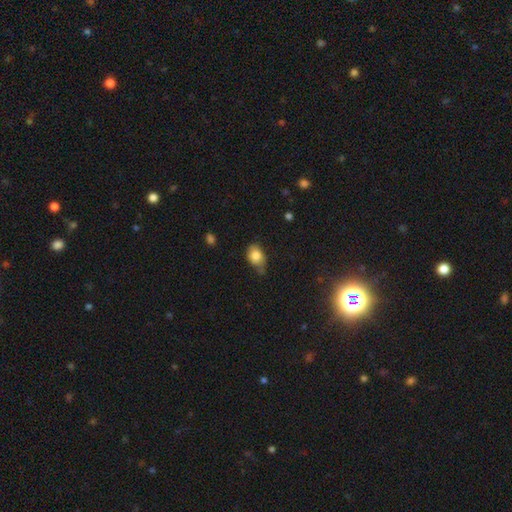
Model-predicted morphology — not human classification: Smooth or featured? Predicted: smooth (p=0.81). How rounded? Predicted: in between (p=0.71). Merging? Predicted: none (p=0.50).